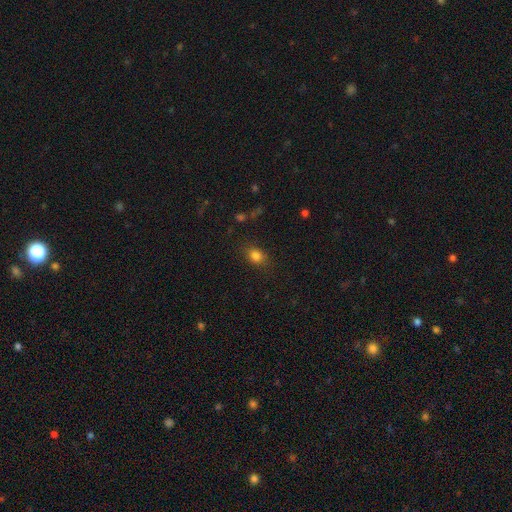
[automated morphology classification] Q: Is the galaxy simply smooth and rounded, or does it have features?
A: smooth — 81%.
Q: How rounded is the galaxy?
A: in between — 59%.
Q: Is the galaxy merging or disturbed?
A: none — 81%.